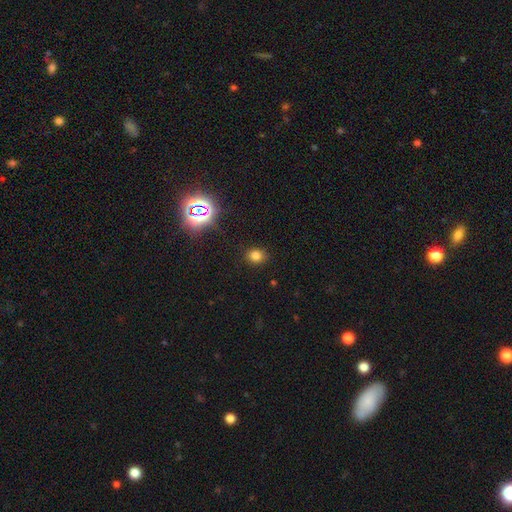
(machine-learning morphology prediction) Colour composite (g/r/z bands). It shows a smooth galaxy with no disk features (76%) that is round (60%). Merging: none (87%).